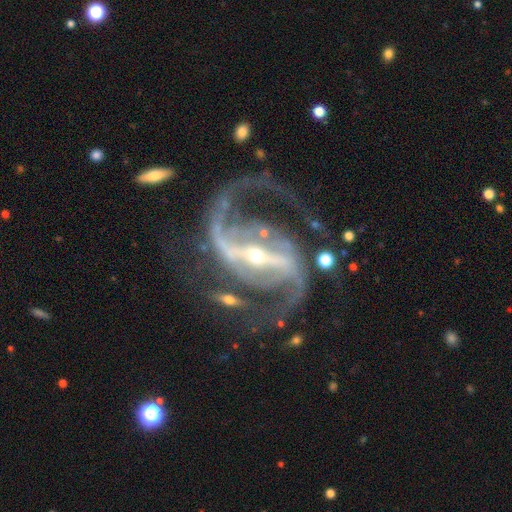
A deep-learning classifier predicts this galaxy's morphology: type=featured or disk (93%); edge-on=no (97%); bar=strong (80%); spiral arms=yes (98%); winding=medium (57%); arm count=2 (91%); bulge=small (70%); merging=none (67%).